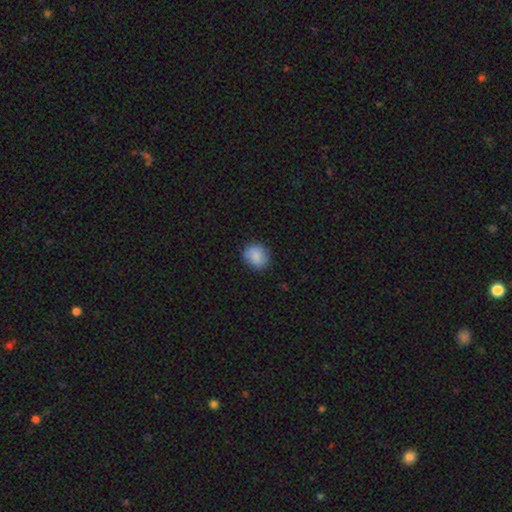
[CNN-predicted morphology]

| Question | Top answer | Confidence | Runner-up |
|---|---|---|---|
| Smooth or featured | smooth | 87% | star or artifact (8%) |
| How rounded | round | 75% | in between (24%) |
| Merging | none | 83% | minor disturbance (13%) |